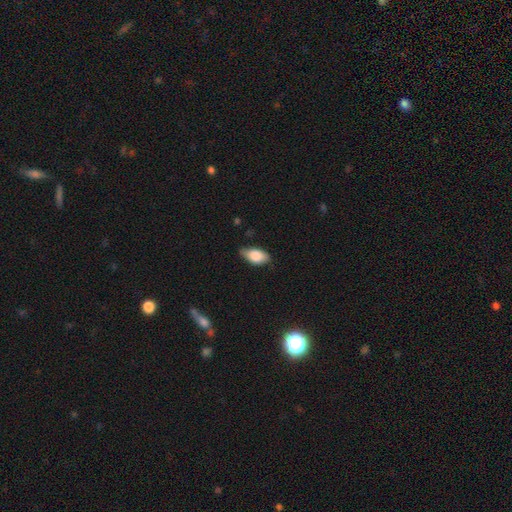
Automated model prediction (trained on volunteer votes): This is clearly a smooth galaxy (81%). How rounded: clearly in between (91%). Merging: likely none (72%).